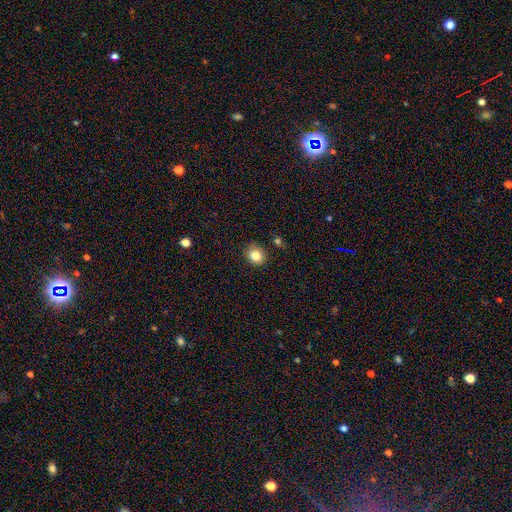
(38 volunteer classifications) Smooth or featured? 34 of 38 (89%) said smooth. How rounded? 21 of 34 (62%) said round. Merging? 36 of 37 (97%) said none.